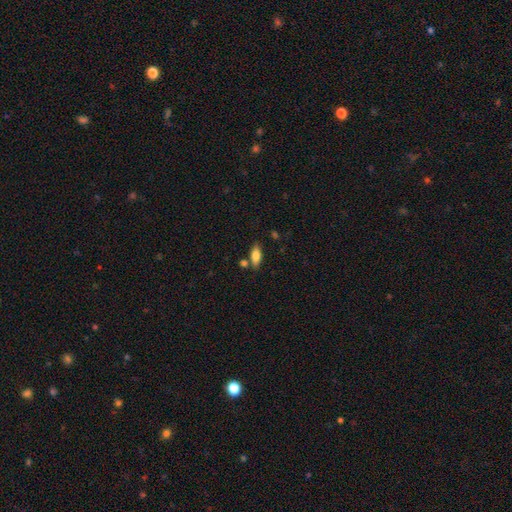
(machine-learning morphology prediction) Smooth or featured?
  - smooth: 79% *
  - featured or disk: 13%
  - star or artifact: 7%
How rounded?
  - in between: 78% *
  - cigar-shaped: 19%
  - round: 3%
Merging?
  - none: 75% *
  - minor disturbance: 12%
  - merger: 10%
  - major disturbance: 3%